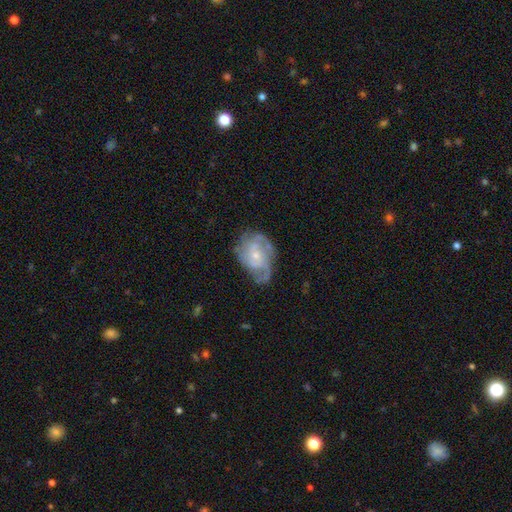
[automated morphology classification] type=featured or disk (76%); edge-on=no (97%); bar=no (70%); spiral arms=yes (87%); winding=medium (45%); arm count=can't tell (29%); bulge=small (65%); merging=none (54%).